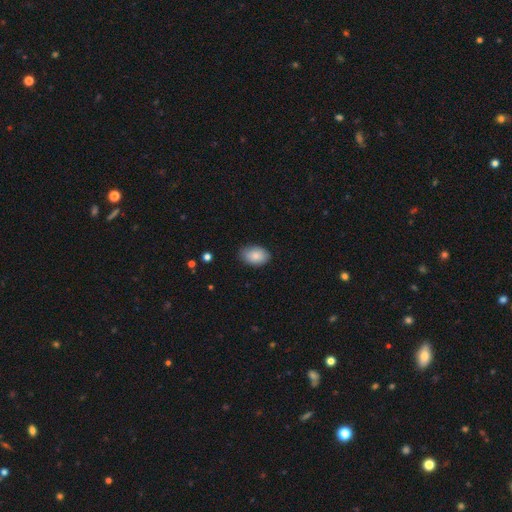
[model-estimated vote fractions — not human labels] Smooth or featured?
  - smooth: 85% *
  - featured or disk: 8%
  - star or artifact: 7%
How rounded?
  - in between: 88% *
  - round: 11%
  - cigar-shaped: 1%
Merging?
  - none: 81% *
  - minor disturbance: 15%
  - major disturbance: 3%
  - merger: 1%